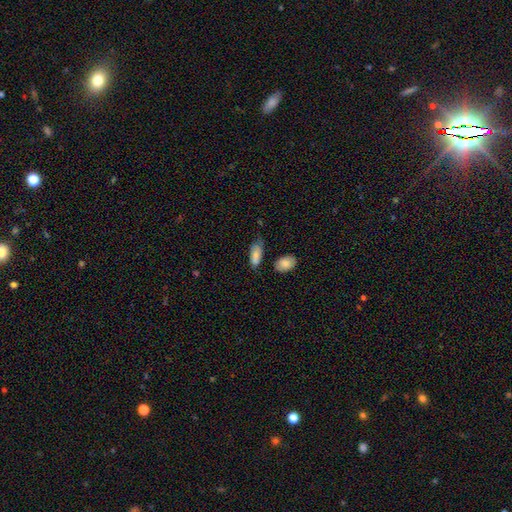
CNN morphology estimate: Smooth or featured: smooth — 80% (featured or disk — 13%)
How rounded: in between — 85% (cigar-shaped — 12%)
Merging: none — 56% (minor disturbance — 29%)